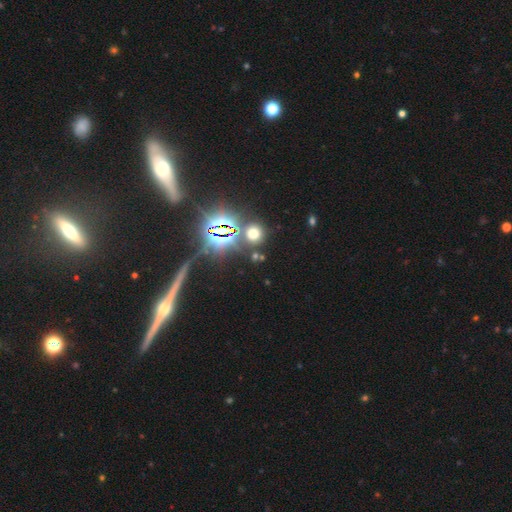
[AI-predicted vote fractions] Smooth or featured: star or artifact — 50% (smooth — 41%)